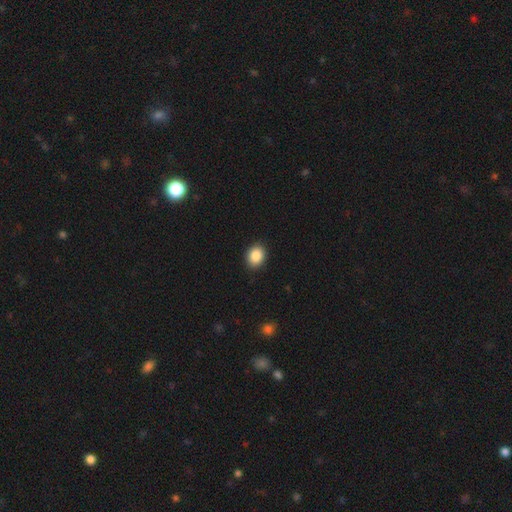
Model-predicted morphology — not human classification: smooth-or-featured: smooth: 88% | star or artifact: 8% | featured or disk: 4%
  how-rounded: in between: 52% | round: 47% | cigar-shaped: 1%
  merging: none: 90% | minor disturbance: 8% | major disturbance: 2% | merger: 1%